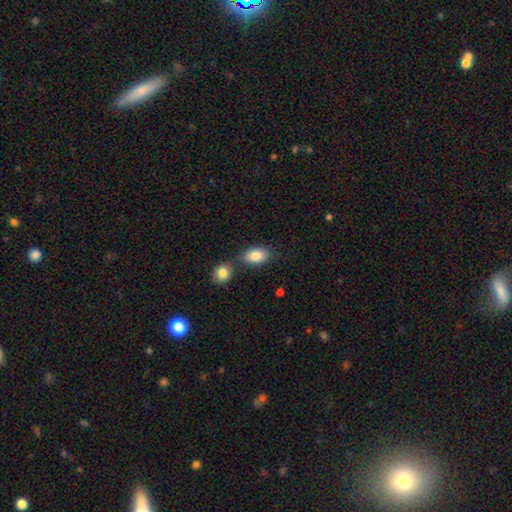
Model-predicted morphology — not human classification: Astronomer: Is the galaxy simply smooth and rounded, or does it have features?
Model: smooth — 85%.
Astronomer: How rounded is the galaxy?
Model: in between — 87%.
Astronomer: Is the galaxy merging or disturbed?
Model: none — 62%.